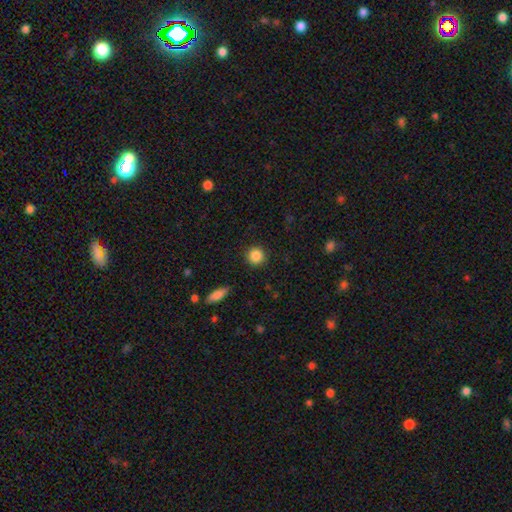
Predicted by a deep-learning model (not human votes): Smooth or featured? smooth (86%)
How rounded? round (93%)
Merging? none (91%)